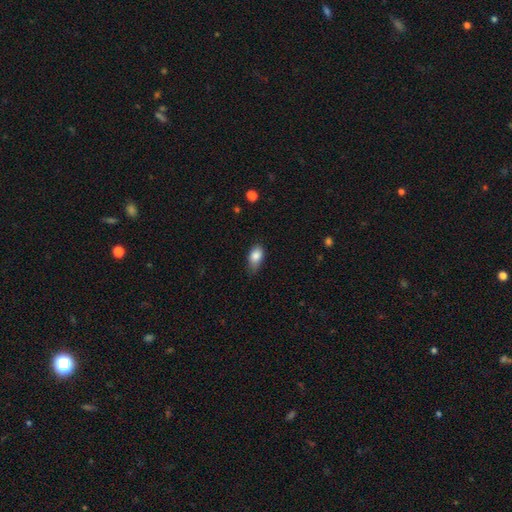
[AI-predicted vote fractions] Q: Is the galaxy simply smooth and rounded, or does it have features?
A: smooth — 85%.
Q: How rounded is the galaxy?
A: in between — 87%.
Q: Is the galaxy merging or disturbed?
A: none — 57%.